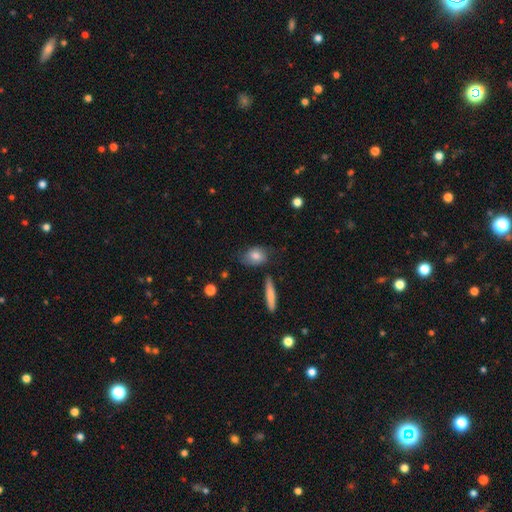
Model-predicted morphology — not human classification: A smooth galaxy with no disk features (74%) that is in between round and cigar-shaped (74%).

Vote fractions:
- Smooth or featured? smooth: 74% / featured or disk: 19% / star or artifact: 7%
- How rounded? in between: 74% / round: 21% / cigar-shaped: 5%
- Merging? none: 64% / minor disturbance: 24% / major disturbance: 8% / merger: 5%